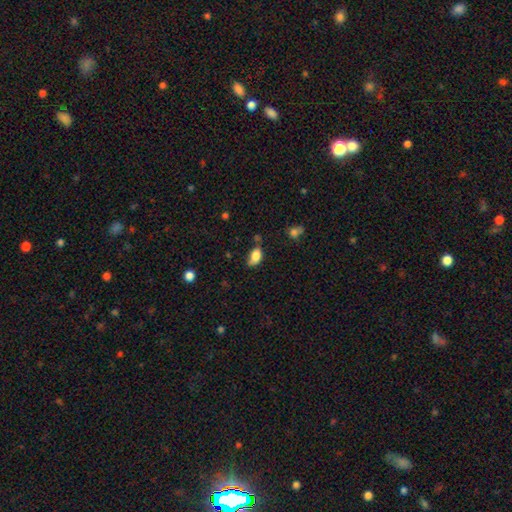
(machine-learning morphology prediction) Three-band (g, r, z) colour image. It shows a smooth galaxy with no disk features (83%) that is in between round and cigar-shaped (89%). Merging: none (54%).